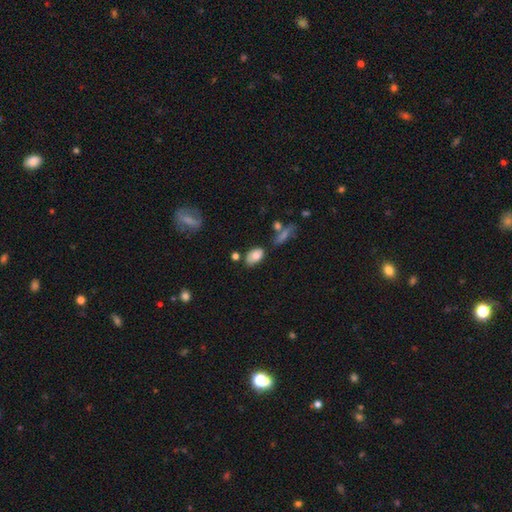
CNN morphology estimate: This appears to be a smooth galaxy with no disk features (71%) that is in between round and cigar-shaped (91%). Merging: none (64%).